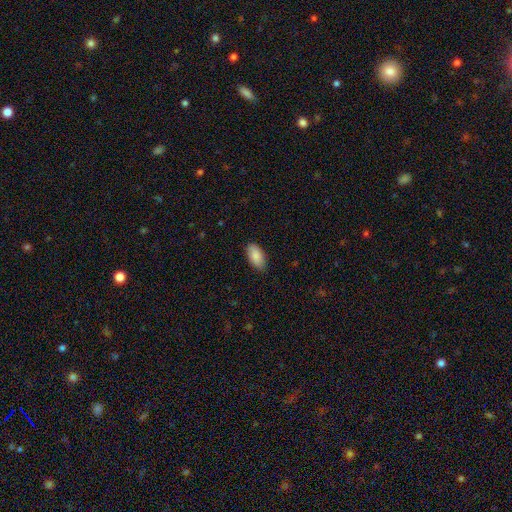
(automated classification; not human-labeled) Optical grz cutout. It shows a smooth galaxy with no disk features (88%) that is in between round and cigar-shaped (95%). Merging: none (87%).